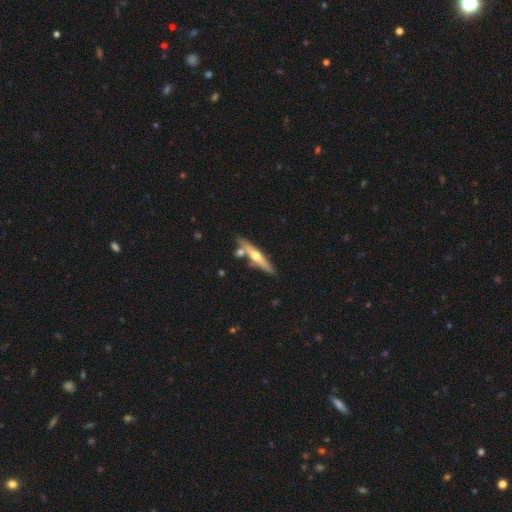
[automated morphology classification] Q: Smooth or featured?
A: featured or disk (62%); runner-up: smooth (32%)
Q: Edge-on disk?
A: yes (93%); runner-up: no (7%)
Q: Edge-on bulge?
A: rounded (90%); runner-up: none (7%)
Q: Merging?
A: none (73%); runner-up: merger (12%)